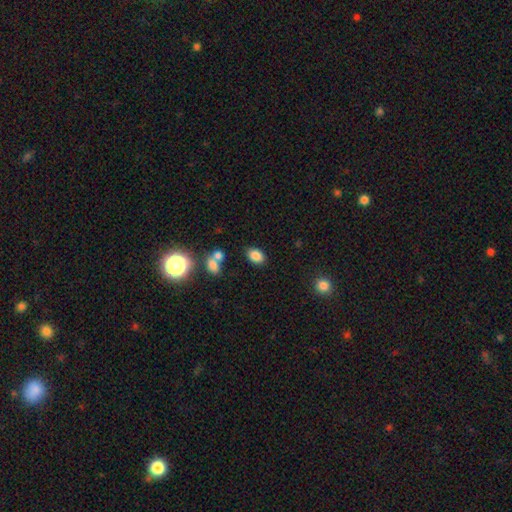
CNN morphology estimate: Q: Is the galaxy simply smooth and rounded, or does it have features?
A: smooth — 83%.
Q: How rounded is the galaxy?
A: in between — 83%.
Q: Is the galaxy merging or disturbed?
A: none — 79%.